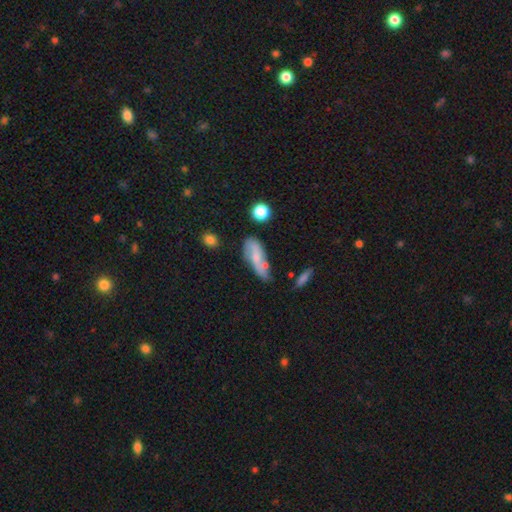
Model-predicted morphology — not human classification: Q: Smooth or featured?
A: smooth (52%); runner-up: featured or disk (40%)
Q: How rounded?
A: in between (68%); runner-up: cigar-shaped (28%)
Q: Merging?
A: none (43%); runner-up: minor disturbance (30%)